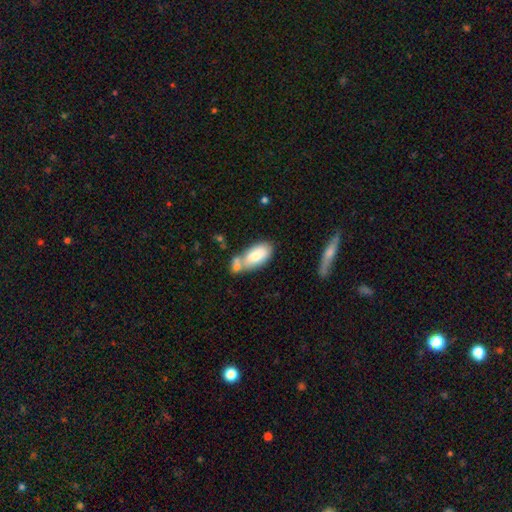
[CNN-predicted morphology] This is likely a smooth galaxy (75%). How rounded: clearly in between (91%). Merging: marginally none (40%).